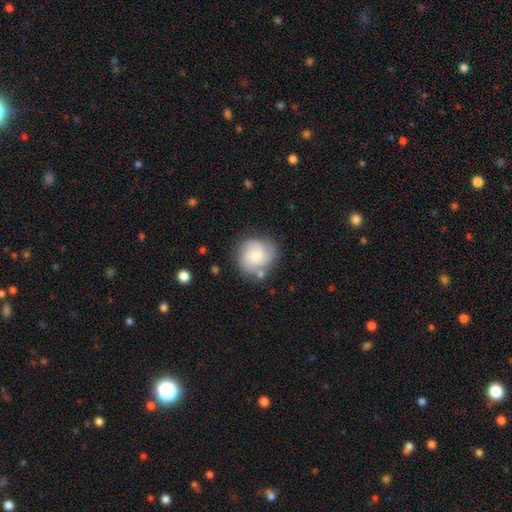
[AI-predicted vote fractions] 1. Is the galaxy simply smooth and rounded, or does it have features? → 51% featured or disk, 41% smooth, 7% star or artifact.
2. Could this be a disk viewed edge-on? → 98% no, 2% yes.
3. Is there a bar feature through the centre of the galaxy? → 74% no, 23% weak, 3% strong.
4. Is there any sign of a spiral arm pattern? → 89% yes, 11% no.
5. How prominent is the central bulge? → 44% small (tied), 44% moderate (tied), 6% large, 3% none, 2% dominant.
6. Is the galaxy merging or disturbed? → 71% none, 17% minor disturbance, 6% major disturbance, 6% merger.